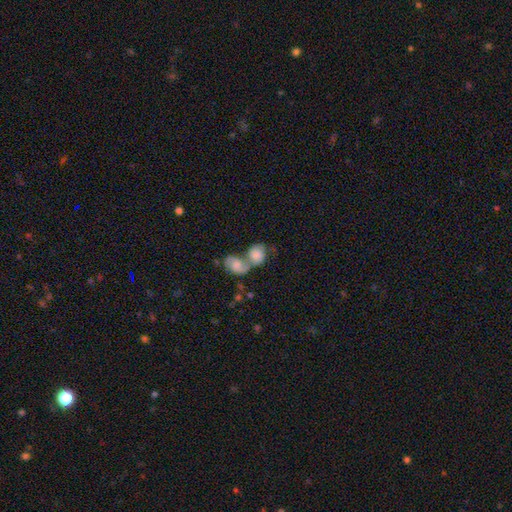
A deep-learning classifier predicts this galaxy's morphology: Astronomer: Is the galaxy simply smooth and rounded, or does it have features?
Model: smooth — 48% (runner-up: featured or disk, 43%).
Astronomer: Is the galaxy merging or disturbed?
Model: merger — 77%.